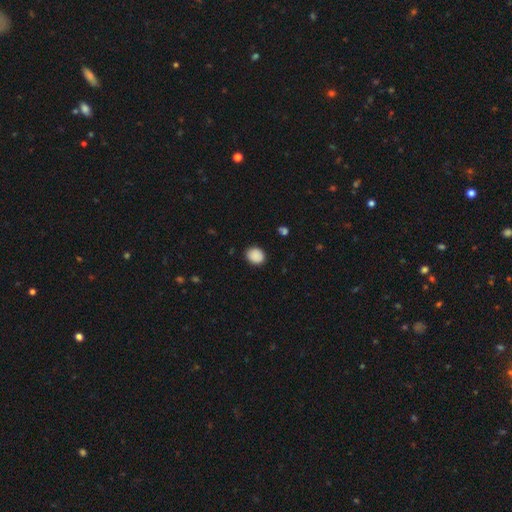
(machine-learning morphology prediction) A smooth galaxy with no disk features (89%) that is round (64%). Merging: none (87%).